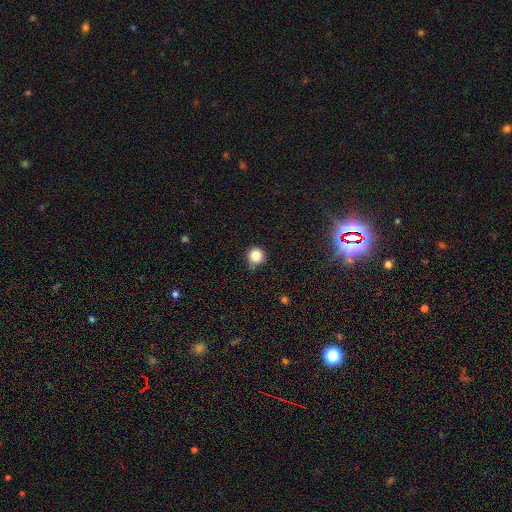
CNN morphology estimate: Smooth or featured: smooth — 85% (star or artifact — 11%)
How rounded: round — 94% (in between — 5%)
Merging: none — 77% (minor disturbance — 17%)